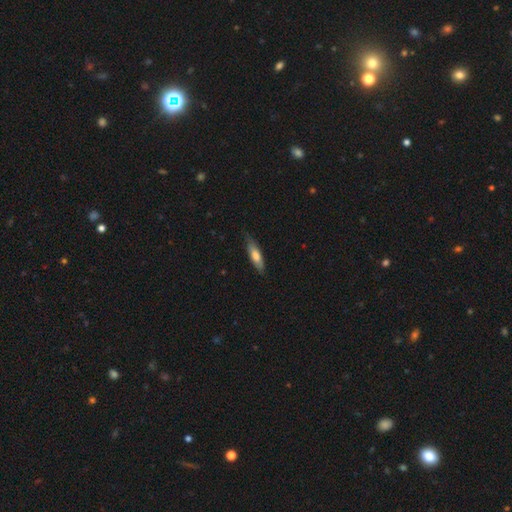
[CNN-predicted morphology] A smooth galaxy with no disk features (66%) that is cigar-shaped (61%). Merging: none (77%).